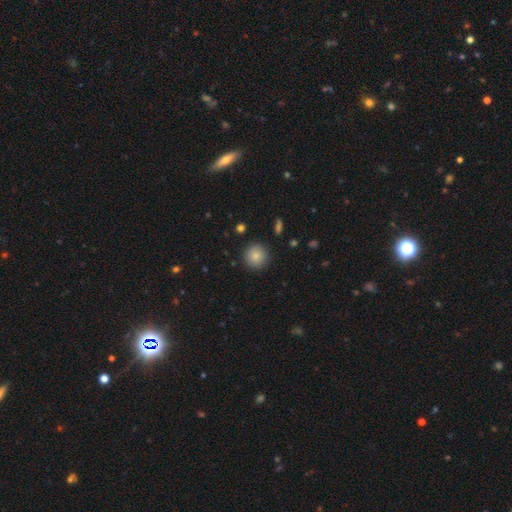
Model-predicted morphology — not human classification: Smooth or featured? Predicted: smooth (p=0.84). How rounded? Predicted: round (p=0.95). Merging? Predicted: none (p=0.90).